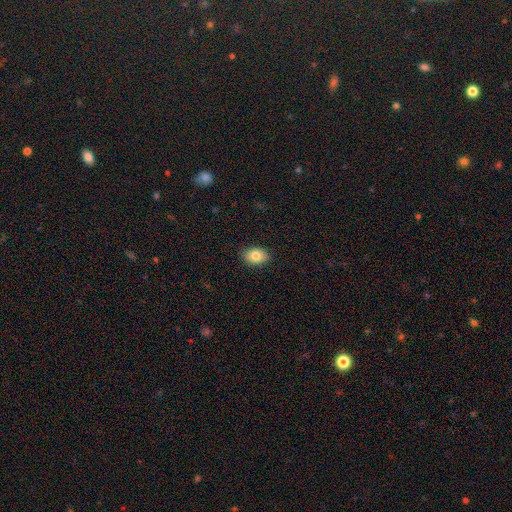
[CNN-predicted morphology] smooth 82%, featured or disk 10%, star or artifact 8%. Down the decision tree: how rounded — in between (80%); merging — none (88%).